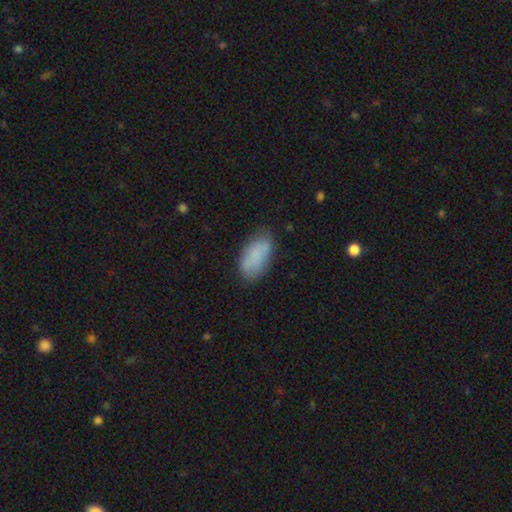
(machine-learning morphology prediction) smooth-or-featured: smooth: 81% | featured or disk: 12% | star or artifact: 7%
  how-rounded: in between: 93% | cigar-shaped: 4% | round: 3%
  merging: none: 71% | minor disturbance: 22% | major disturbance: 5% | merger: 2%